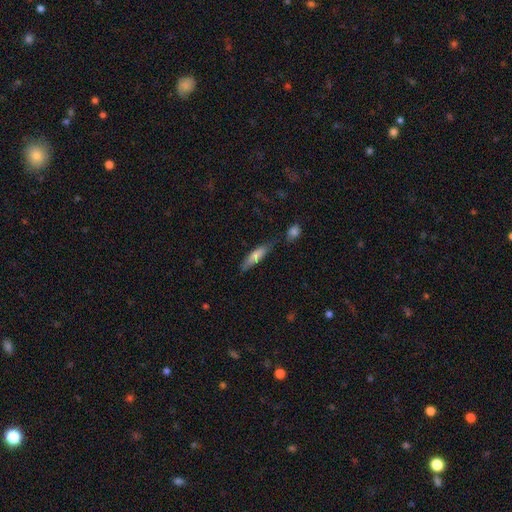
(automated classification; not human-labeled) This is likely a smooth galaxy (70%). How rounded: likely cigar-shaped (66%). Merging: likely none (64%).